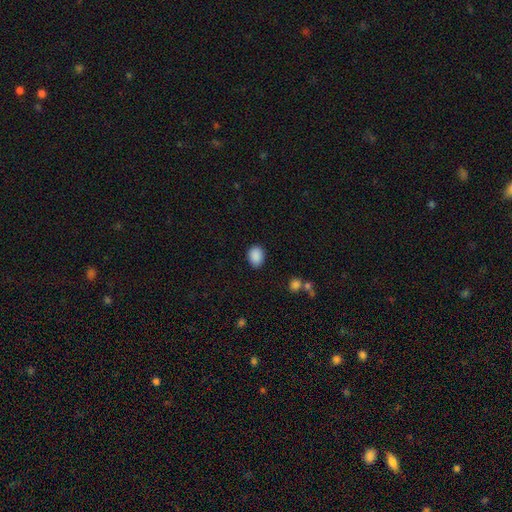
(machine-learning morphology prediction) Smooth or featured? smooth (89%)
How rounded? in between (68%)
Merging? none (87%)